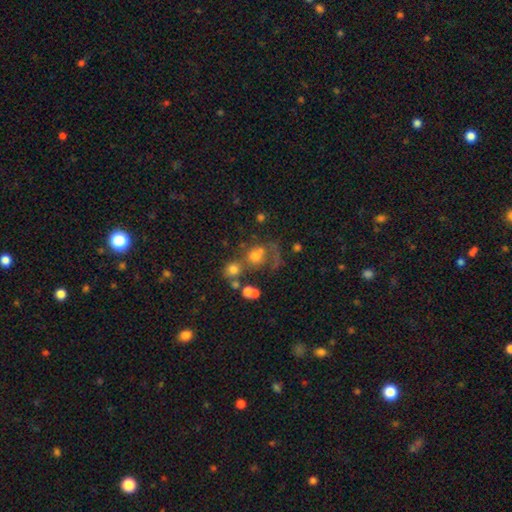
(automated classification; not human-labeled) smooth 56%, featured or disk 23%, star or artifact 21%. Down the decision tree: how rounded — round (75%); merging — none (37%).